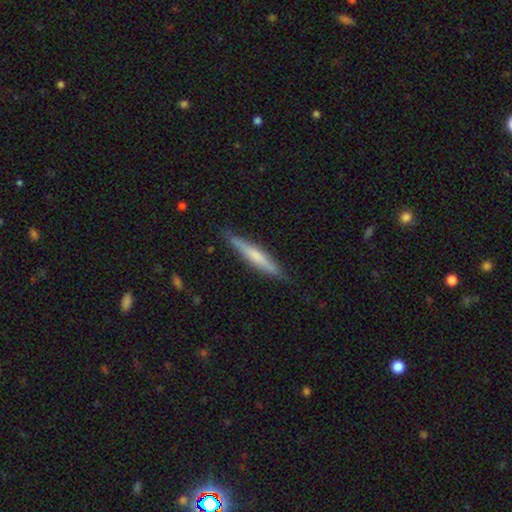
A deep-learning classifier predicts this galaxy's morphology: A smooth galaxy with no disk features (51%) that is cigar-shaped (93%).

Vote fractions:
- Smooth or featured? smooth: 51% / featured or disk: 43% / star or artifact: 6%
- How rounded? cigar-shaped: 93% / in between: 5% / round: 1%
- Merging? none: 86% / minor disturbance: 11% / major disturbance: 2% / merger: 1%